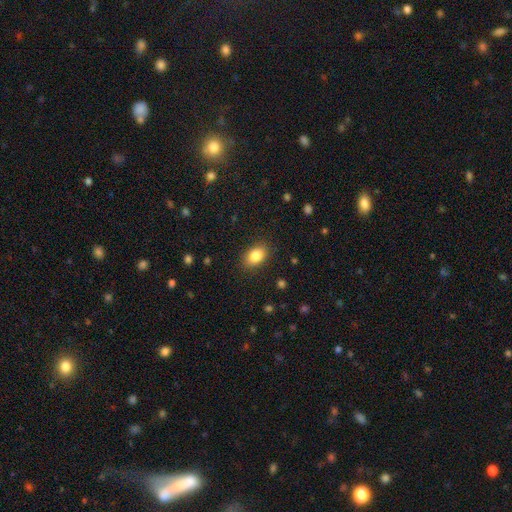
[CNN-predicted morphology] smooth-or-featured: smooth: 84% | star or artifact: 8% | featured or disk: 8%
  how-rounded: in between: 84% | round: 15% | cigar-shaped: 2%
  merging: none: 86% | minor disturbance: 10% | major disturbance: 3% | merger: 1%